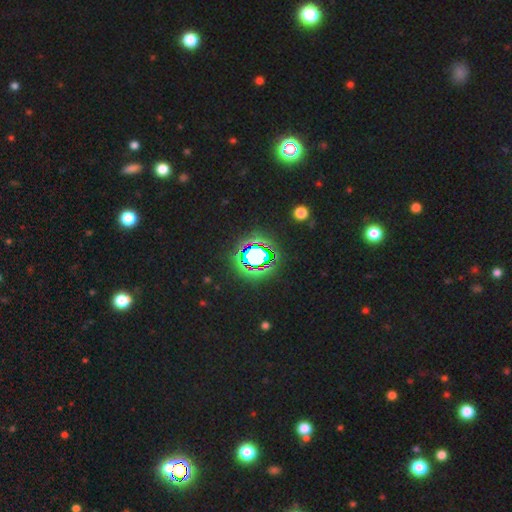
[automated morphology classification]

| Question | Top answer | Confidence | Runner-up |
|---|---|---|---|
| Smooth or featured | star or artifact | 77% | smooth (15%) |